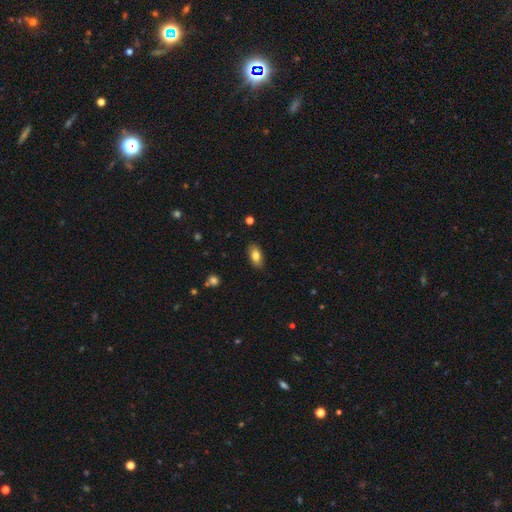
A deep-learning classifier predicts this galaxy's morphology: Smooth or featured? smooth (82%)
How rounded? in between (91%)
Merging? none (87%)